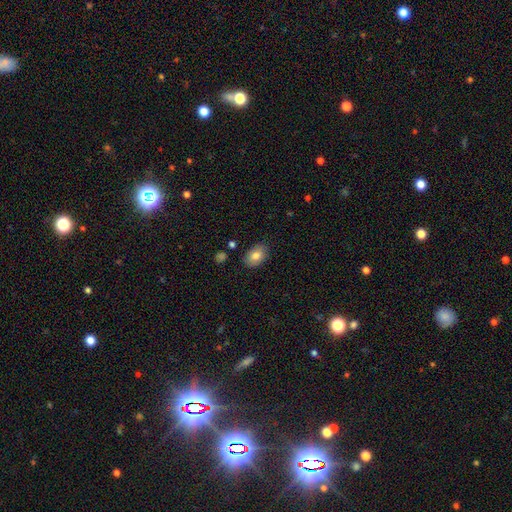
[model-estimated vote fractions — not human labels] This appears to be a smooth galaxy with no disk features (81%) that is in between round and cigar-shaped (85%). Merging: none (83%).